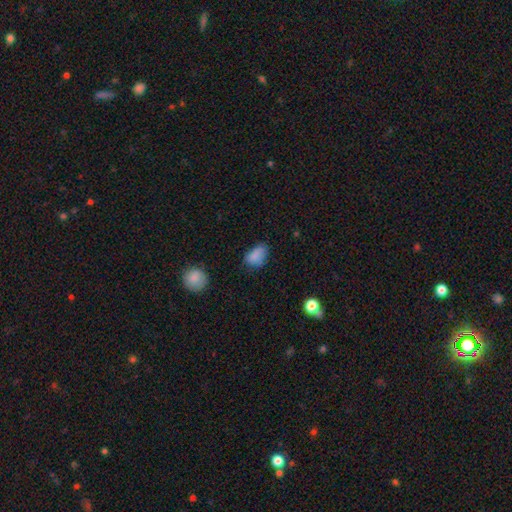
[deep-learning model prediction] smooth 81%, star or artifact 11%, featured or disk 8%. Down the decision tree: how rounded — in between (86%); merging — none (54%).